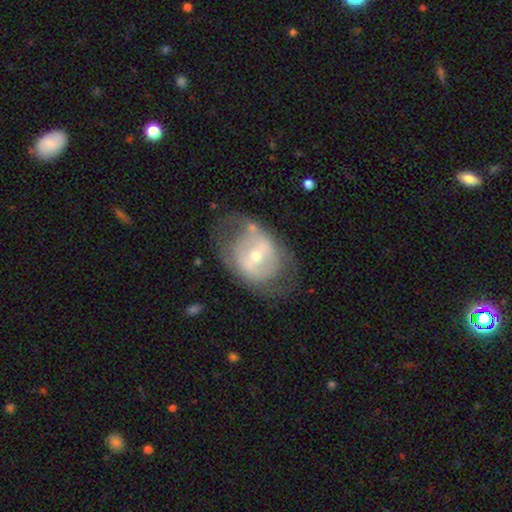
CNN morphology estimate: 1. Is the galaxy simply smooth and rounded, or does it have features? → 69% featured or disk, 24% smooth, 7% star or artifact.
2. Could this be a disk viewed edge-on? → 94% no, 6% yes.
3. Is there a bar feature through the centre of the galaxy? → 39% weak, 35% strong, 26% no.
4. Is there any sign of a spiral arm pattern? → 56% no, 44% yes.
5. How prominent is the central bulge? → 48% small, 47% moderate, 3% large, 1% none, 1% dominant.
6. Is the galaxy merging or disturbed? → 58% none, 21% minor disturbance, 17% major disturbance, 3% merger.